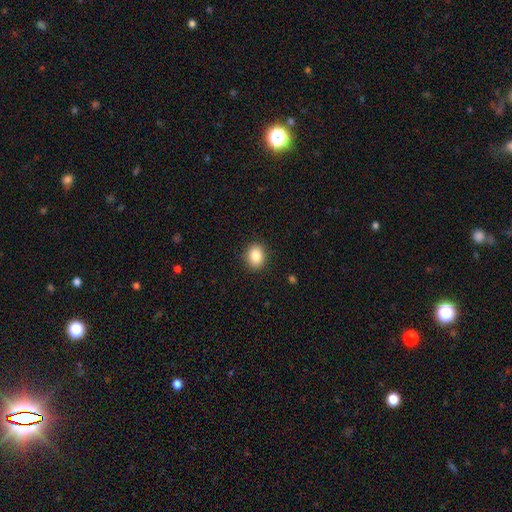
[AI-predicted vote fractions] A smooth galaxy with no disk features (86%) that is in between round and cigar-shaped (50%). Merging: none (89%).